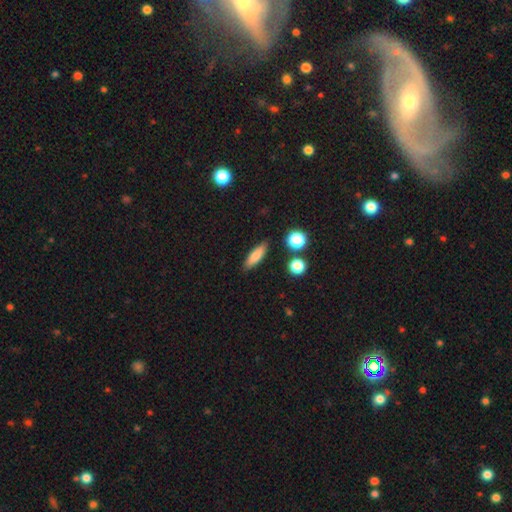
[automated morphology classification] This appears to be a smooth galaxy with no disk features (78%) that is cigar-shaped (53%). Merging: none (86%).